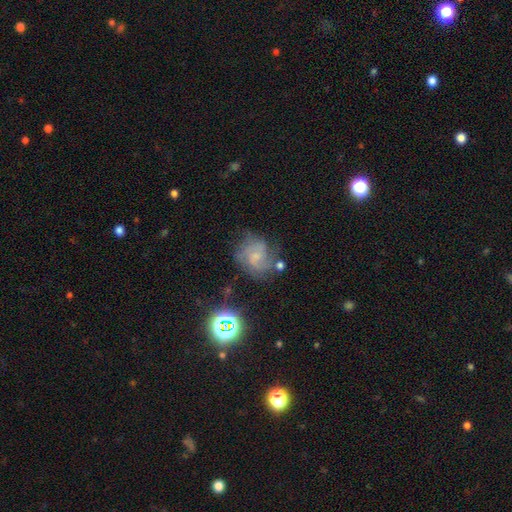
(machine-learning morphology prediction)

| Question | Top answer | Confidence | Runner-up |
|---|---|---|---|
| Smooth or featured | featured or disk | 63% | smooth (23%) |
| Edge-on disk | no | 98% | yes (2%) |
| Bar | no | 59% | weak (36%) |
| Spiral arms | yes | 87% | no (13%) |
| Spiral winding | medium | 46% | tight (36%) |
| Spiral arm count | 2 | 32% | can't tell (30%) |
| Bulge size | small | 49% | none (24%) |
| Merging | none | 59% | minor disturbance (22%) |